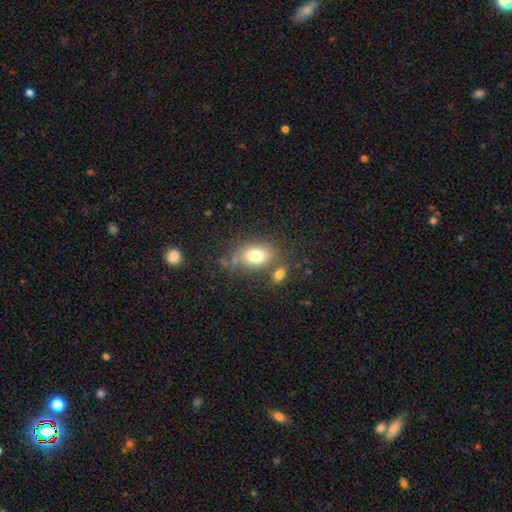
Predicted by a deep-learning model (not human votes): Morphology: type=smooth (76%); roundness=in between (75%); merging=none (59%).